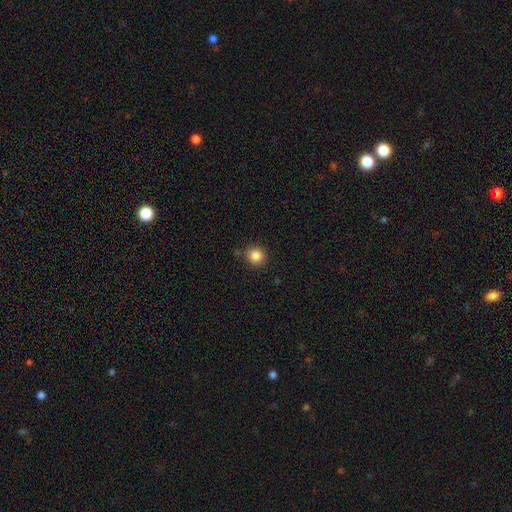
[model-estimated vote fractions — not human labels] Overall: smooth (85%). How rounded: round (89%). Merging: none (86%).